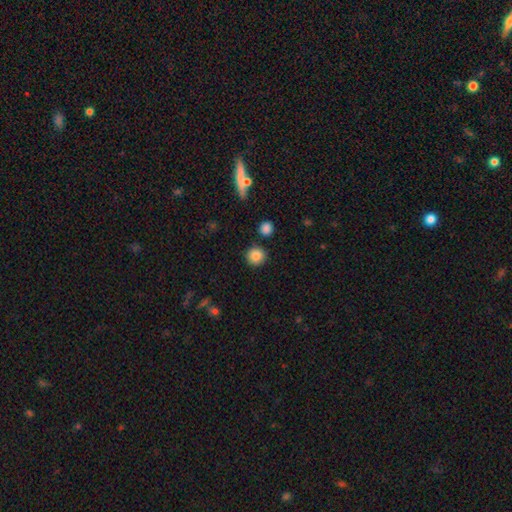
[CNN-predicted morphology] Smooth or featured: smooth — 85% (star or artifact — 10%)
How rounded: round — 93% (in between — 6%)
Merging: none — 87% (minor disturbance — 7%)